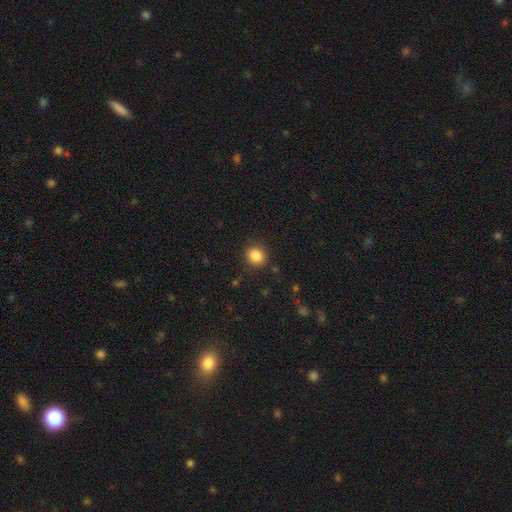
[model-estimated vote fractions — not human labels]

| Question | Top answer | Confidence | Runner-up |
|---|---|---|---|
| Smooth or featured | smooth | 85% | star or artifact (10%) |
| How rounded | round | 82% | in between (17%) |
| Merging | none | 89% | minor disturbance (7%) |